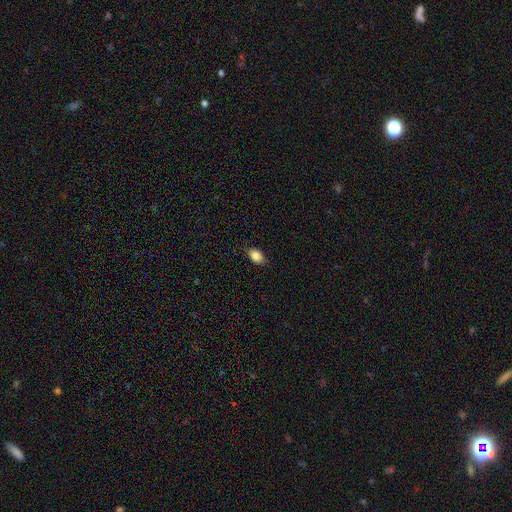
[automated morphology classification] Smooth or featured? Predicted: smooth (p=0.87). How rounded? Predicted: in between (p=0.85). Merging? Predicted: none (p=0.83).